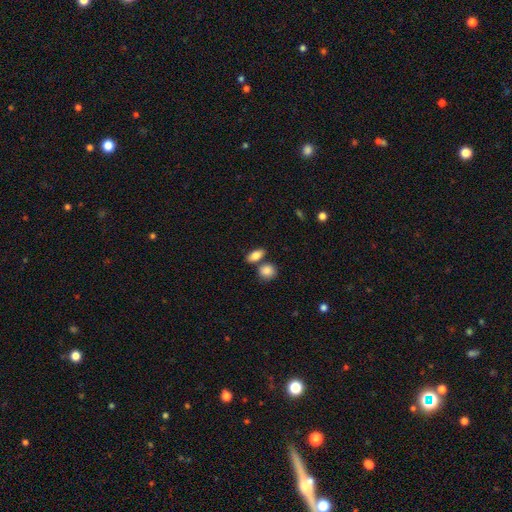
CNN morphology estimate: smooth_or_featured: smooth (p=0.84) [alt: featured or disk p=0.09]
how_rounded: in between (p=0.79) [alt: round p=0.14]
merging: none (p=0.67) [alt: merger p=0.19]